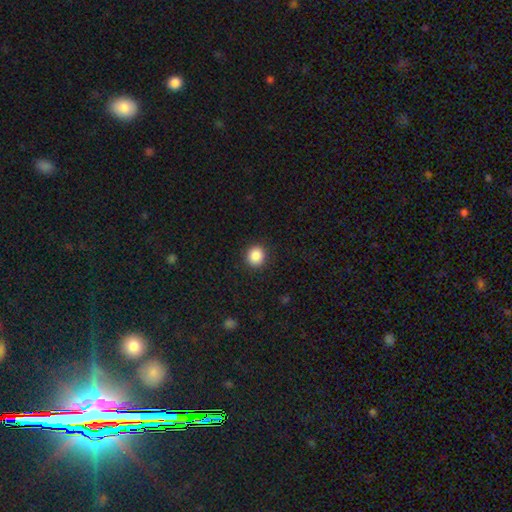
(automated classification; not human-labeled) The model was most divided on "how rounded": round: 88%, in between: 11%, cigar-shaped: 1%. More confident: merging — none (91%); smooth or featured — smooth (88%).